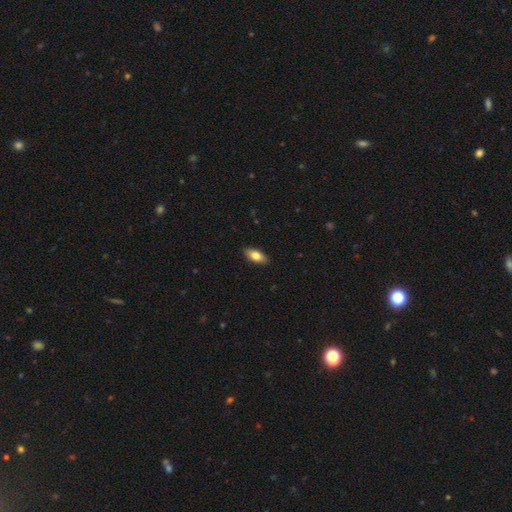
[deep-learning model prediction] This is likely a smooth galaxy (79%). How rounded: clearly in between (88%). Merging: clearly none (89%).